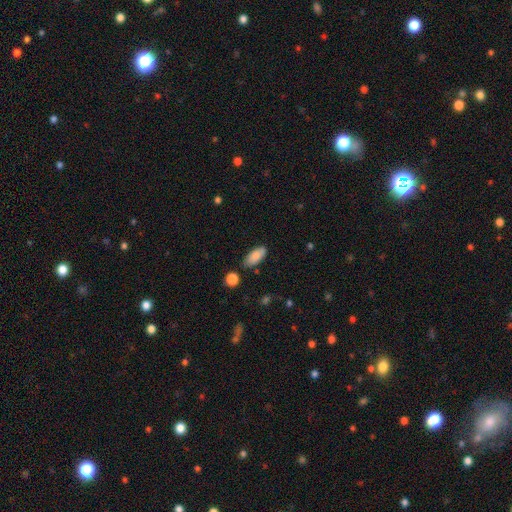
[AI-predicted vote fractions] smooth_or_featured: smooth (p=0.85) [alt: featured or disk p=0.08]
how_rounded: in between (p=0.87) [alt: cigar-shaped p=0.11]
merging: none (p=0.81) [alt: minor disturbance p=0.13]